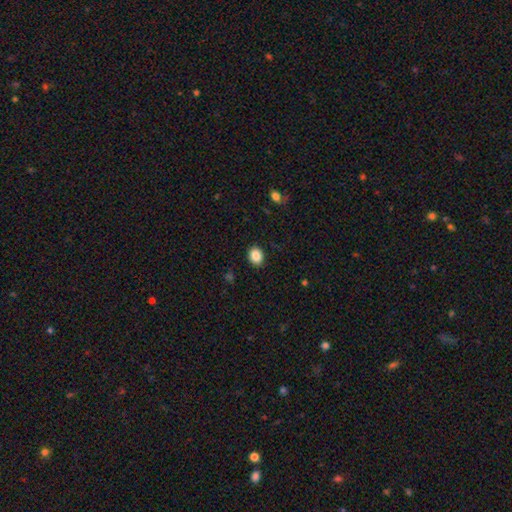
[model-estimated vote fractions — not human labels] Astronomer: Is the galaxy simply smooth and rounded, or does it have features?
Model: smooth — 87%.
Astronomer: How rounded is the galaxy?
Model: in between — 52% (runner-up: round, 47%).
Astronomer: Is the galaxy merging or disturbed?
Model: none — 90%.